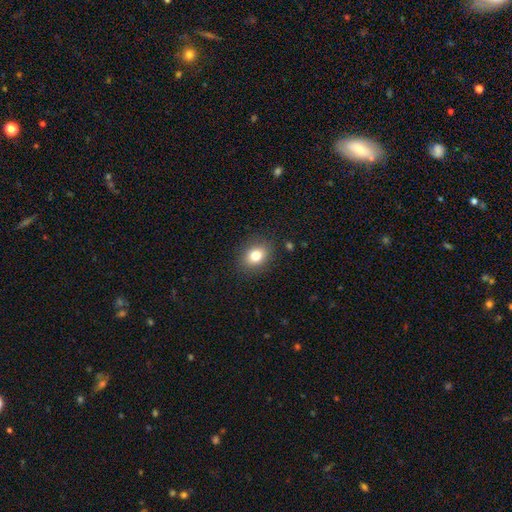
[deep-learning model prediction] A smooth galaxy with no disk features (80%) that is in between round and cigar-shaped (53%).

Vote fractions:
- Smooth or featured? smooth: 80% / star or artifact: 11% / featured or disk: 9%
- How rounded? in between: 53% / round: 46% / cigar-shaped: 1%
- Merging? none: 87% / minor disturbance: 9% / major disturbance: 3% / merger: 1%